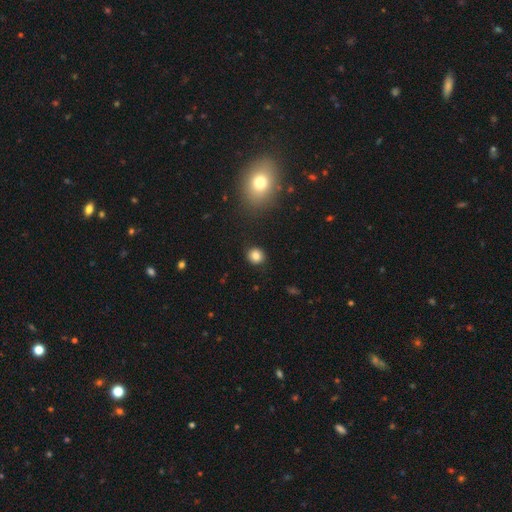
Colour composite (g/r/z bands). It shows a smooth galaxy with no disk features (82%) that is round (88%). Merging: none (83%).